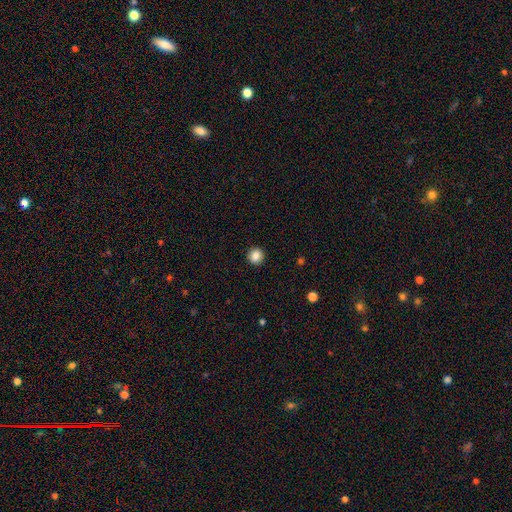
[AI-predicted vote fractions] Smooth or featured? smooth (86%)
How rounded? round (92%)
Merging? none (93%)